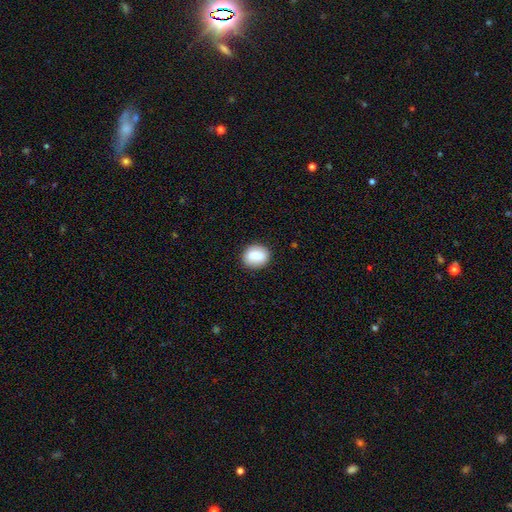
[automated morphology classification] smooth_or_featured: smooth (p=0.81) [alt: featured or disk p=0.11]
how_rounded: round (p=0.61) [alt: in between p=0.37]
merging: none (p=0.86) [alt: minor disturbance p=0.10]